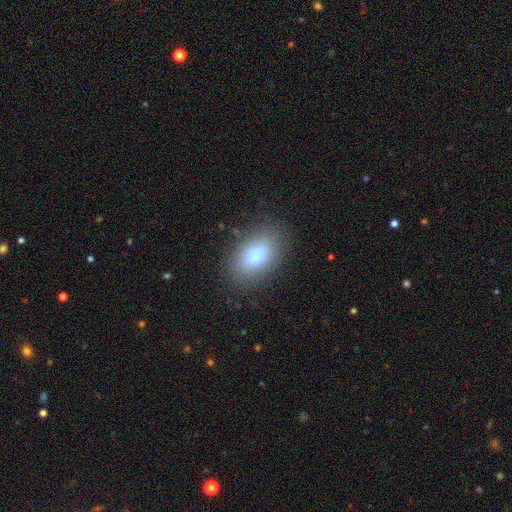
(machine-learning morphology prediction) Smooth or featured: smooth — 83% (featured or disk — 9%)
How rounded: in between — 90% (round — 8%)
Merging: none — 79% (minor disturbance — 14%)